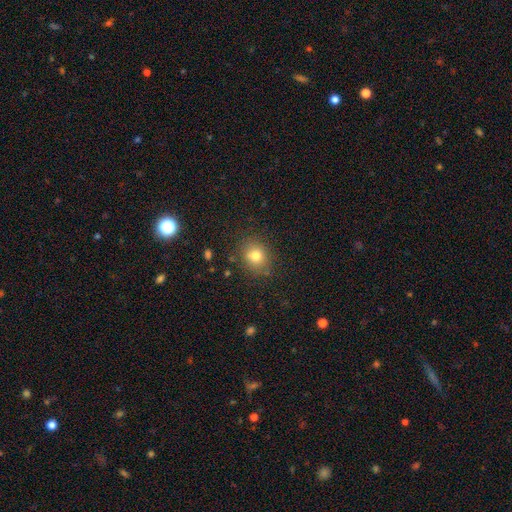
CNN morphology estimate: Q: Smooth or featured?
A: smooth (77%); runner-up: star or artifact (13%)
Q: How rounded?
A: round (66%); runner-up: in between (33%)
Q: Merging?
A: none (83%); runner-up: minor disturbance (12%)